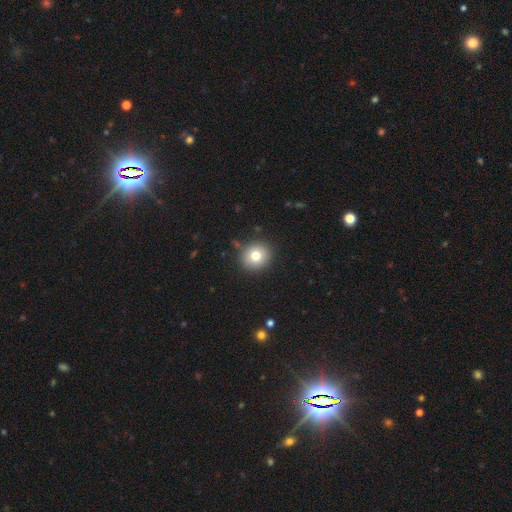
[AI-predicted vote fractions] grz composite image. It shows a smooth galaxy with no disk features (78%) that is round (89%). Merging: none (87%).